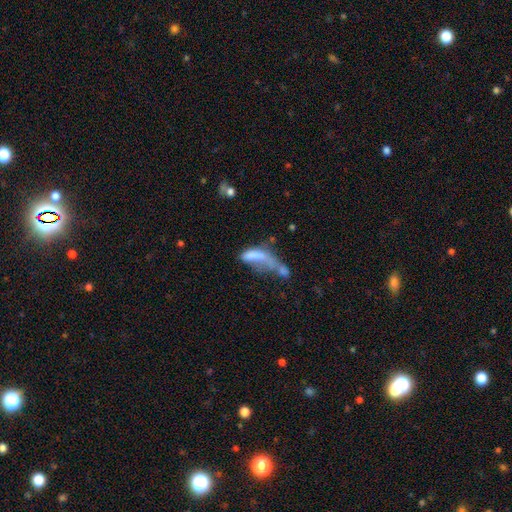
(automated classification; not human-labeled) smooth 61%, featured or disk 28%, star or artifact 11%. Down the decision tree: how rounded — in between (64%); merging — merger (44%).